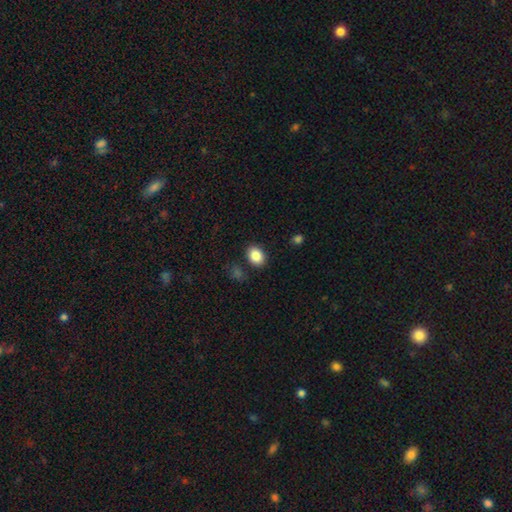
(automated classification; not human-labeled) Smooth or featured?
  - smooth: 88% *
  - star or artifact: 8%
  - featured or disk: 5%
How rounded?
  - in between: 69% *
  - round: 30%
  - cigar-shaped: 1%
Merging?
  - none: 85% *
  - minor disturbance: 9%
  - merger: 3%
  - major disturbance: 3%